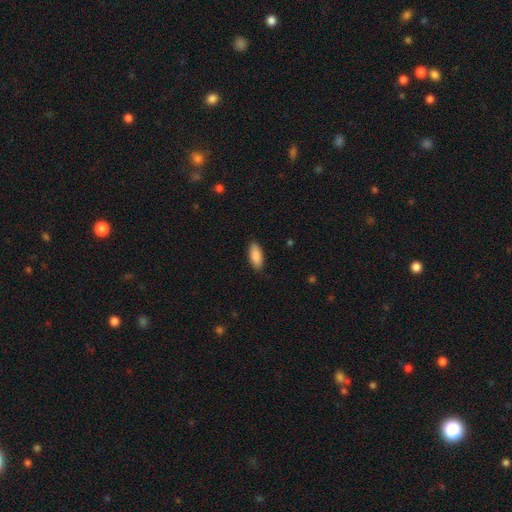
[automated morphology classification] The model was most divided on "how rounded": in between: 85%, cigar-shaped: 13%, round: 2%. More confident: smooth or featured — smooth (89%); merging — none (88%).